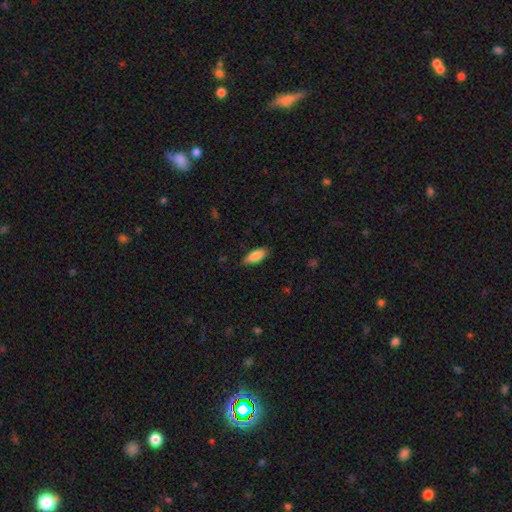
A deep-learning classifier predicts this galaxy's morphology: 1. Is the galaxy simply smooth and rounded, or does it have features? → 85% smooth, 9% featured or disk, 6% star or artifact.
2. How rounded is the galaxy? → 75% in between, 23% cigar-shaped, 2% round.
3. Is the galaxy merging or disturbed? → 81% none, 15% minor disturbance, 2% major disturbance, 1% merger.